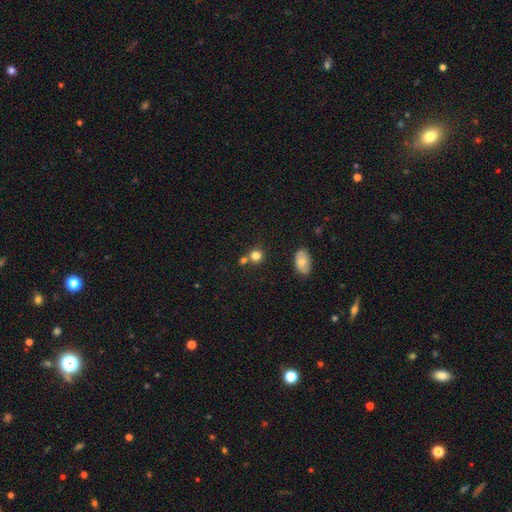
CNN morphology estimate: This appears to be a smooth galaxy with no disk features (80%) that is round (84%). Merging: none (62%).